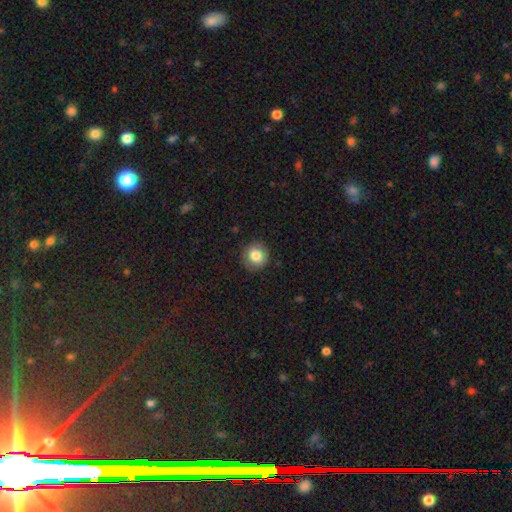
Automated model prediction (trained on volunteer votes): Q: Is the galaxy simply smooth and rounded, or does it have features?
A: smooth — 82%.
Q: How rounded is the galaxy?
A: round — 89%.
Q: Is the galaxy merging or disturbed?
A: none — 88%.